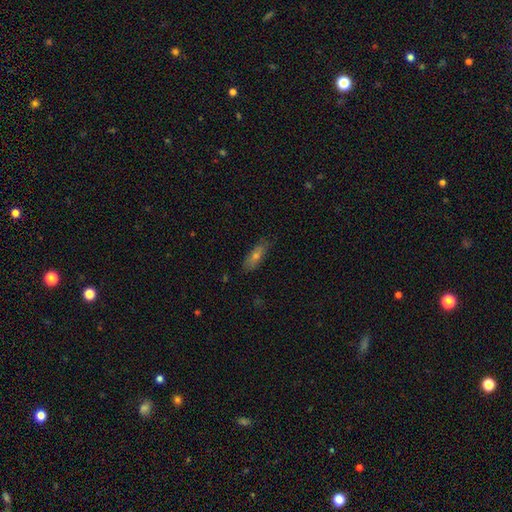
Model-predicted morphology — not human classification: smooth-or-featured: smooth: 57% | featured or disk: 32% | star or artifact: 11%
  how-rounded: in between: 54% | cigar-shaped: 43% | round: 4%
  merging: none: 81% | minor disturbance: 15% | major disturbance: 3% | merger: 1%